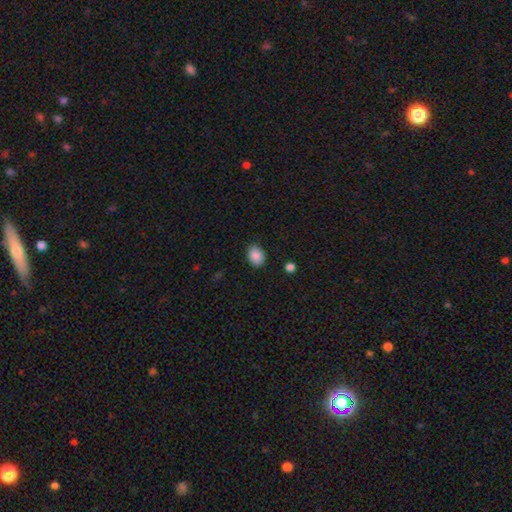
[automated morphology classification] This appears to be a smooth galaxy with no disk features (88%) that is in between round and cigar-shaped (63%). Merging: none (86%).